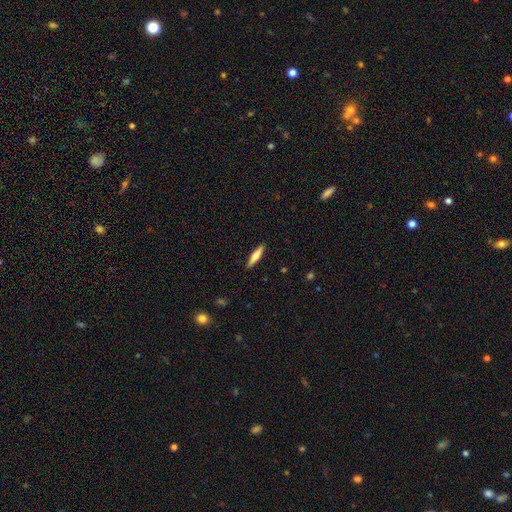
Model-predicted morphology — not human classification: smooth-or-featured: smooth: 67% | featured or disk: 28% | star or artifact: 6%
  how-rounded: cigar-shaped: 81% | in between: 17% | round: 2%
  merging: none: 90% | minor disturbance: 7% | major disturbance: 2% | merger: 1%